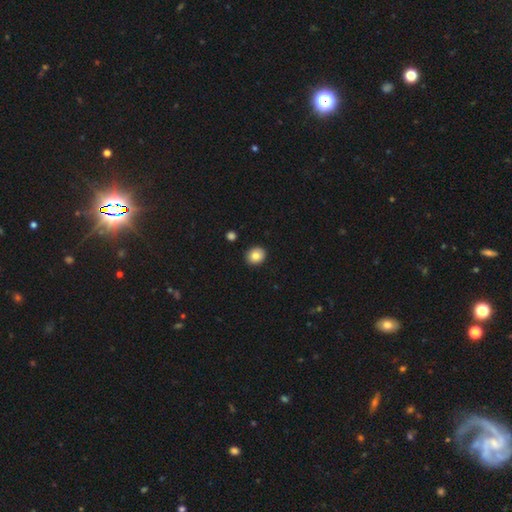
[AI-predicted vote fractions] Q: Smooth or featured?
A: smooth (83%); runner-up: star or artifact (9%)
Q: How rounded?
A: round (74%); runner-up: in between (25%)
Q: Merging?
A: none (91%); runner-up: minor disturbance (6%)